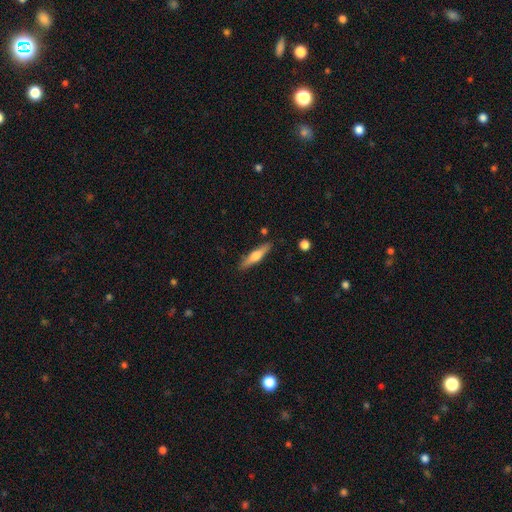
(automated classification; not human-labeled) Smooth or featured: featured or disk — 48% (smooth — 46%)
Merging: none — 86% (minor disturbance — 10%)